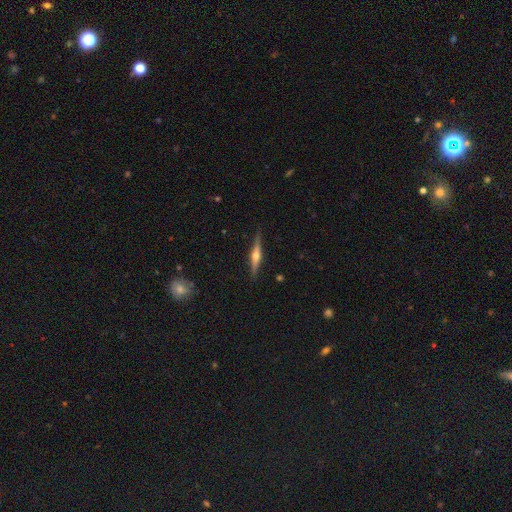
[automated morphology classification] Smooth or featured? featured or disk (74%)
Edge-on disk? yes (98%)
Edge-on bulge? rounded (90%)
Merging? none (88%)